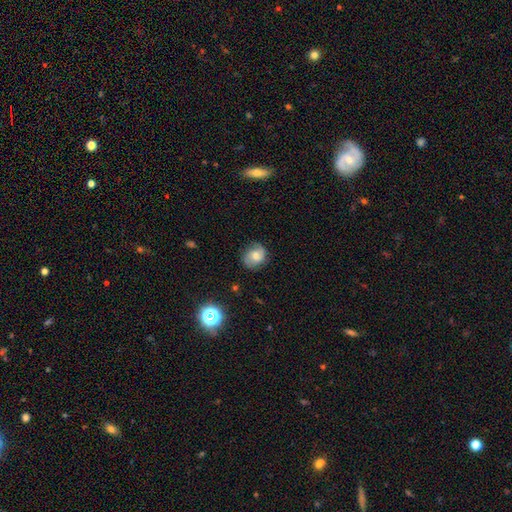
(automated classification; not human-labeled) Smooth or featured? featured or disk (48%)
Merging? none (76%)